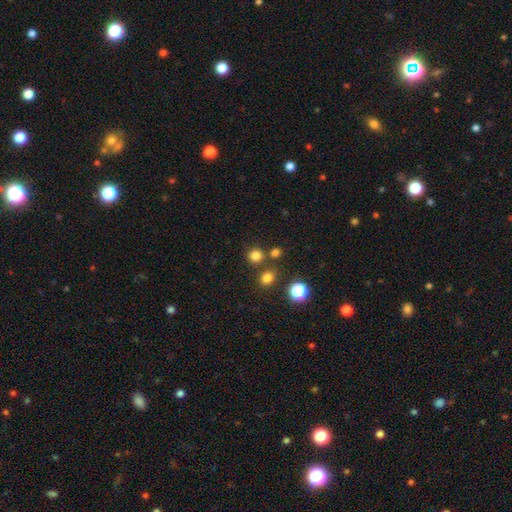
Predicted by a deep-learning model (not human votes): Morphology: type=smooth (78%); roundness=round (90%); merging=none (78%).